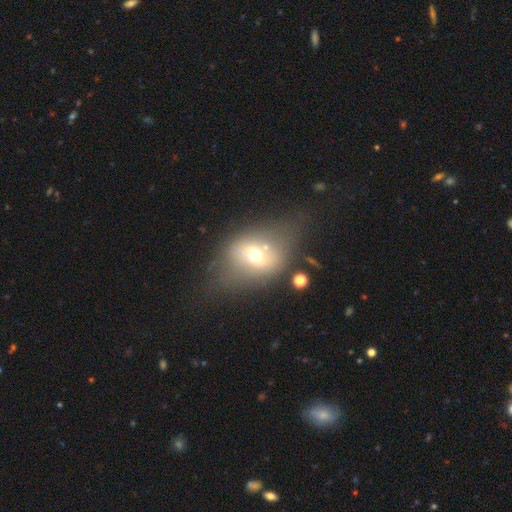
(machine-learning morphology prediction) A smooth galaxy with no disk features (52%) that is in between round and cigar-shaped (58%).

Vote fractions:
- Smooth or featured? smooth: 52% / featured or disk: 33% / star or artifact: 15%
- How rounded? in between: 58% / round: 40% / cigar-shaped: 2%
- Merging? none: 50% / minor disturbance: 21% / major disturbance: 20% / merger: 9%